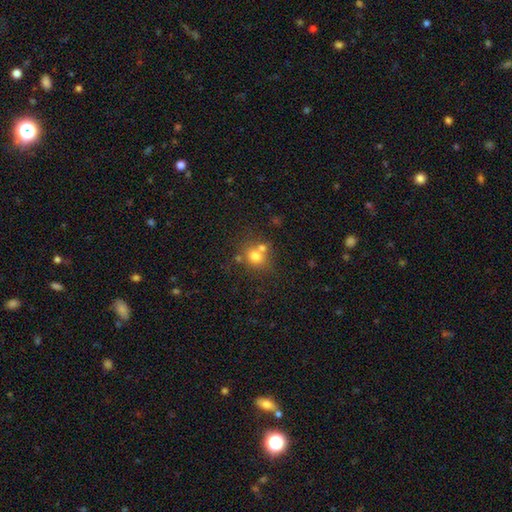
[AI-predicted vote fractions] smooth_or_featured: smooth (p=0.73) [alt: star or artifact p=0.14]
how_rounded: round (p=0.79) [alt: in between p=0.20]
merging: none (p=0.54) [alt: merger p=0.32]